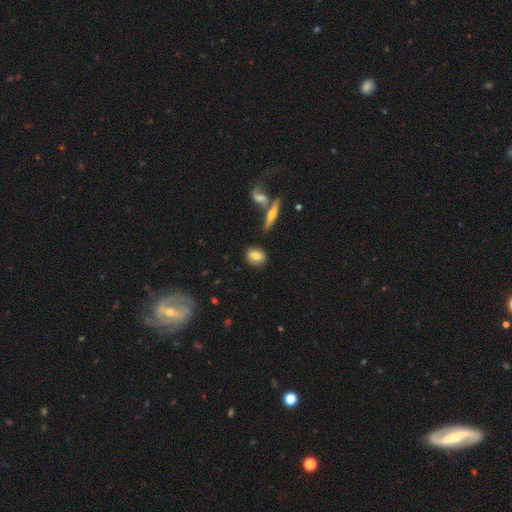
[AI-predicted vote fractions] Smooth or featured? smooth (77%)
How rounded? in between (49%)
Merging? none (84%)